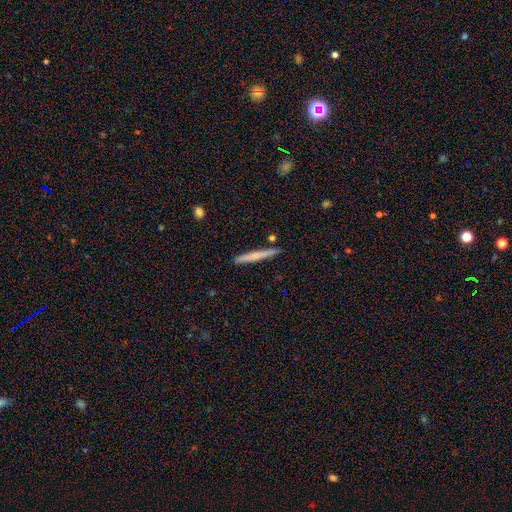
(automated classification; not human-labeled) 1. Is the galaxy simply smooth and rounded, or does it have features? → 60% smooth, 34% featured or disk, 6% star or artifact.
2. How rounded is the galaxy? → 96% cigar-shaped, 2% in between, 1% round.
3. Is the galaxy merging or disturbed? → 88% none, 8% minor disturbance, 2% merger, 2% major disturbance.